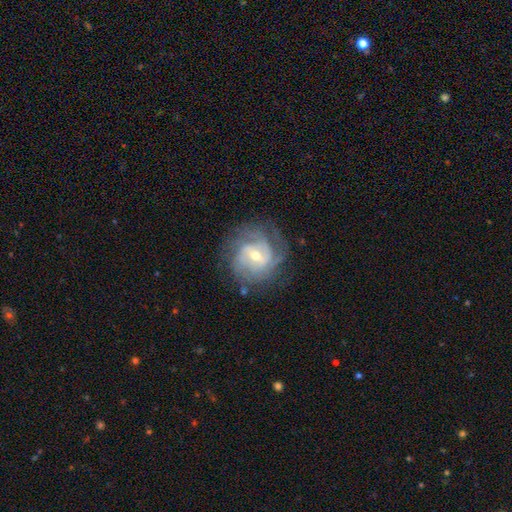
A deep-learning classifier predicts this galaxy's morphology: This is clearly a featured or disk galaxy (83%). It is clearly not viewed edge-on (97%). Bar: possibly weak (54%). Spiral arm pattern: clearly yes (94%). Spiral arm count: marginally can't tell (30%). Spiral winding: possibly tight (54%). Central bulge: possibly moderate (49%). Merging: likely none (72%).